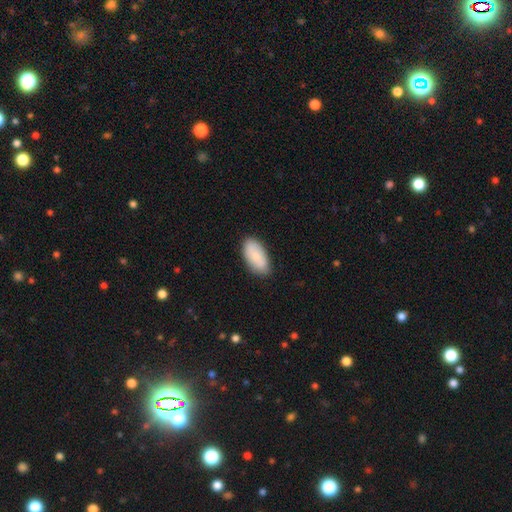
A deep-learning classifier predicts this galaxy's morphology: A smooth galaxy with no disk features (80%) that is in between round and cigar-shaped (93%). Merging: none (84%).